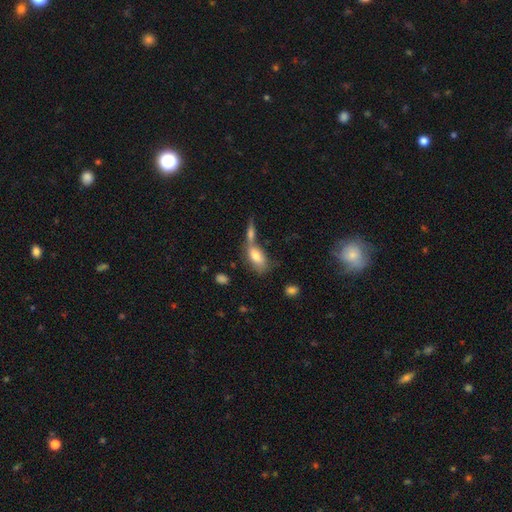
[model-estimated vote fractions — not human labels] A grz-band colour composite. It shows a smooth galaxy with no disk features (75%) that is in between round and cigar-shaped (87%). Merging: merger (43%).